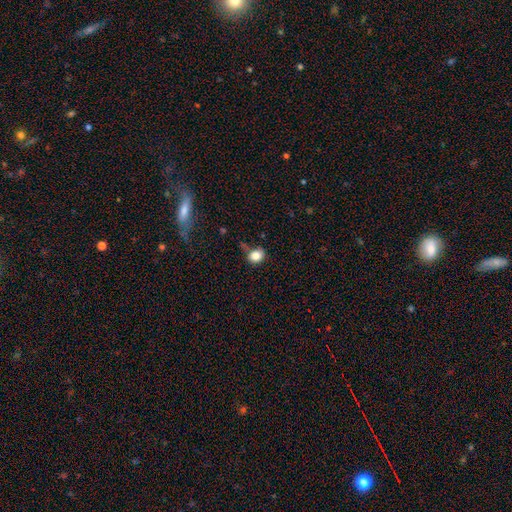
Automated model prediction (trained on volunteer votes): smooth 83%, star or artifact 10%, featured or disk 6%. Down the decision tree: how rounded — round (59%); merging — none (58%).